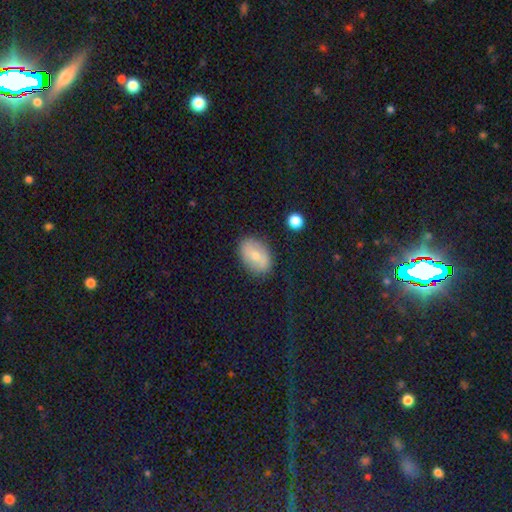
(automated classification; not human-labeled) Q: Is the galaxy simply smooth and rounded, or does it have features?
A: smooth — 63%.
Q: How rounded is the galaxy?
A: in between — 84%.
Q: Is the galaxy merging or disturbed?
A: none — 84%.